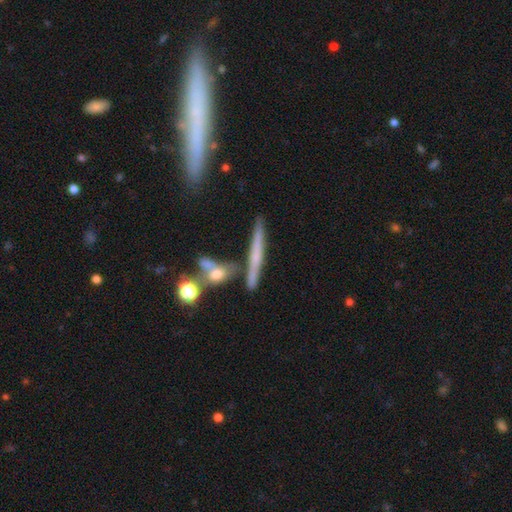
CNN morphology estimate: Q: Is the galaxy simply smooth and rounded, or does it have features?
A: featured or disk — 50%.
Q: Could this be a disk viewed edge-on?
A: yes — 91%.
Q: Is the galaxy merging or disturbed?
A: none — 69%.